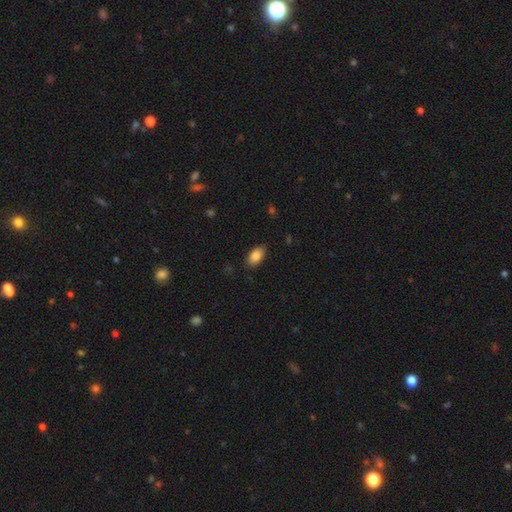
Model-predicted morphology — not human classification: This appears to be a smooth galaxy with no disk features (86%) that is in between round and cigar-shaped (93%). Merging: none (85%).